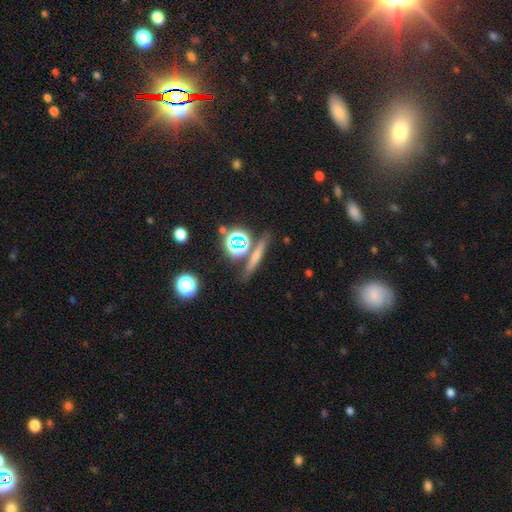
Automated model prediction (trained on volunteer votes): This is possibly a smooth galaxy (54%). How rounded: likely cigar-shaped (75%). Merging: likely none (78%).